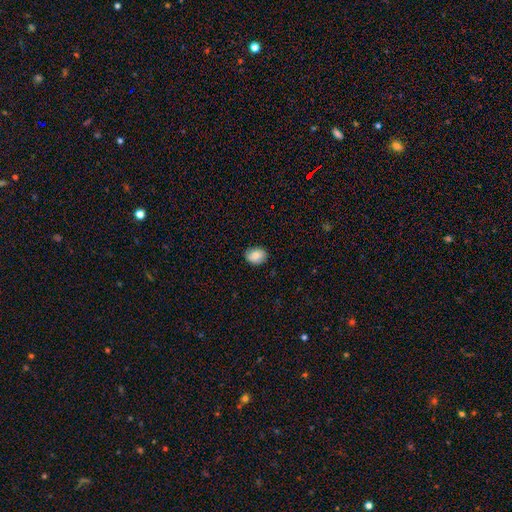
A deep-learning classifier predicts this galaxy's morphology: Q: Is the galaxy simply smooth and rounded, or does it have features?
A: smooth — 80%.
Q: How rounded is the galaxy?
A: in between — 66%.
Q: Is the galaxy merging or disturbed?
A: none — 82%.